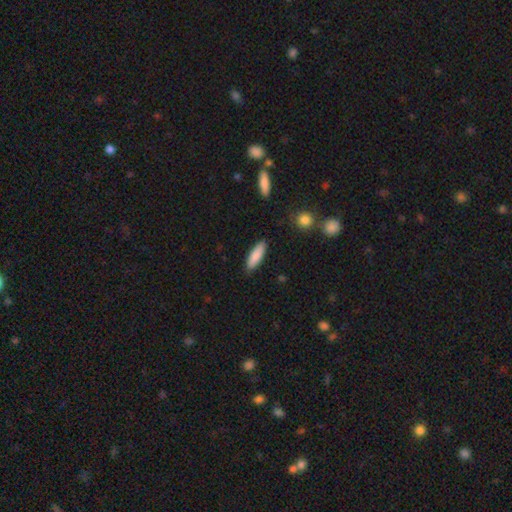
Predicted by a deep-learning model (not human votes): A smooth galaxy with no disk features (86%) that is in between round and cigar-shaped (52%).

Vote fractions:
- Smooth or featured? smooth: 86% / featured or disk: 8% / star or artifact: 6%
- How rounded? in between: 52% / cigar-shaped: 47% / round: 2%
- Merging? none: 87% / minor disturbance: 10% / major disturbance: 2% / merger: 1%